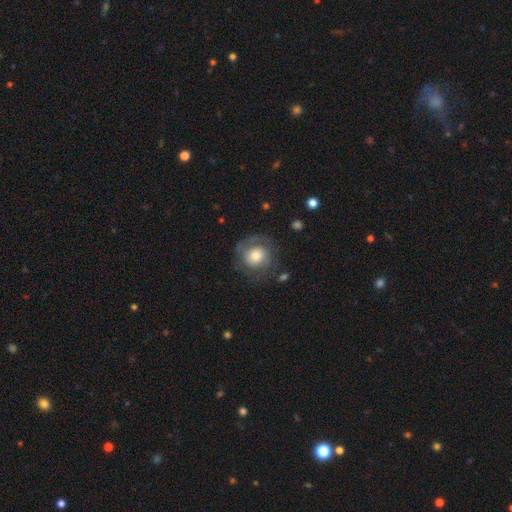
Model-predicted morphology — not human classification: Smooth or featured? Predicted: smooth (p=0.48). Merging? Predicted: none (p=0.67).